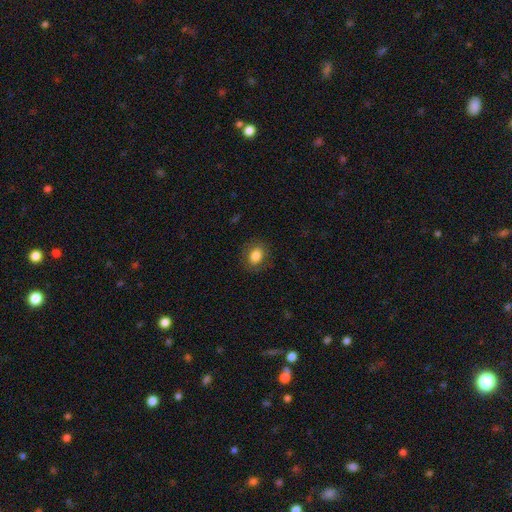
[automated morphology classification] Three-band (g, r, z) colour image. It shows a smooth galaxy with no disk features (83%) that is in between round and cigar-shaped (56%). Merging: none (85%).